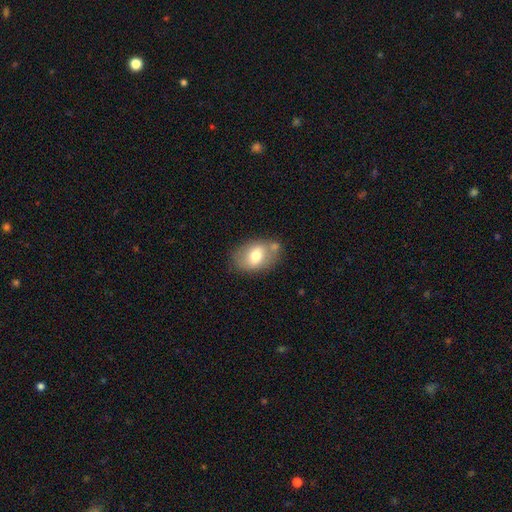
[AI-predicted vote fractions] A smooth galaxy with no disk features (67%) that is in between round and cigar-shaped (83%).

Vote fractions:
- Smooth or featured? smooth: 67% / featured or disk: 26% / star or artifact: 7%
- How rounded? in between: 83% / round: 16% / cigar-shaped: 1%
- Merging? none: 62% / minor disturbance: 19% / merger: 13% / major disturbance: 6%